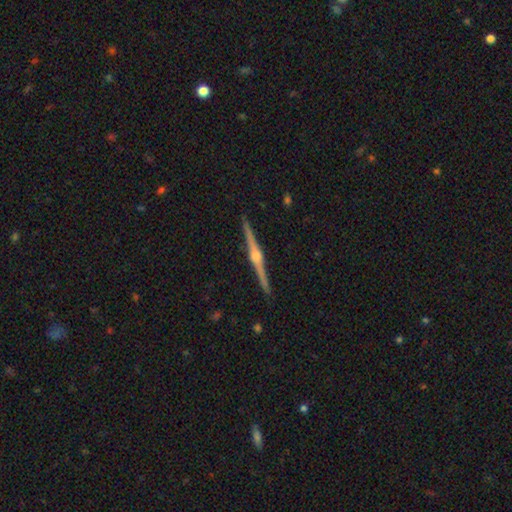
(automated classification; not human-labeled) Smooth or featured: featured or disk — 89% (smooth — 6%)
Edge-on disk: yes — 99% (no — 1%)
Edge-on bulge: rounded — 92% (boxy — 5%)
Merging: none — 93% (minor disturbance — 5%)